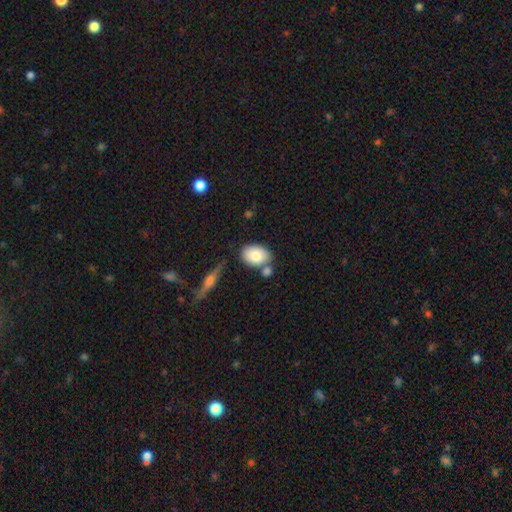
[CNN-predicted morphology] A smooth galaxy with no disk features (79%) that is in between round and cigar-shaped (83%).

Vote fractions:
- Smooth or featured? smooth: 79% / featured or disk: 14% / star or artifact: 7%
- How rounded? in between: 83% / round: 16% / cigar-shaped: 2%
- Merging? none: 65% / merger: 17% / minor disturbance: 14% / major disturbance: 4%